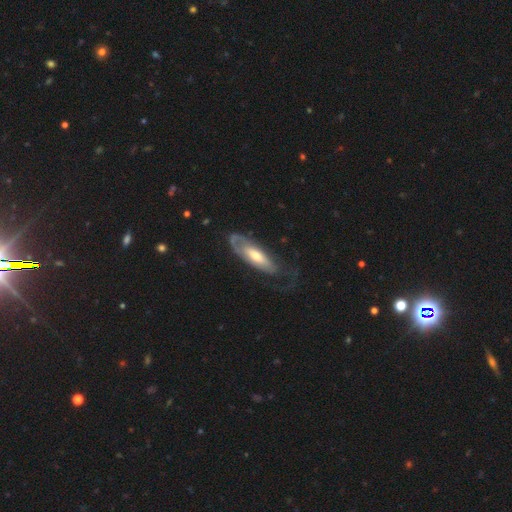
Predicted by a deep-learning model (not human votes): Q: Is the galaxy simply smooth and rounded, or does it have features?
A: featured or disk — 63%.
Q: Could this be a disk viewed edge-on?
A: no — 78%.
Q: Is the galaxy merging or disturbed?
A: none — 45%.